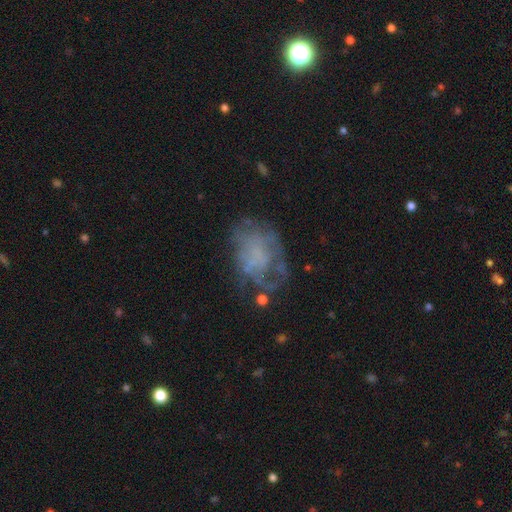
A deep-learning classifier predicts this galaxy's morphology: This appears to be a featured or disk galaxy (53%) with no bar (88%), no spiral arms (73%) and no central bulge (75%). Merging: none (43%).